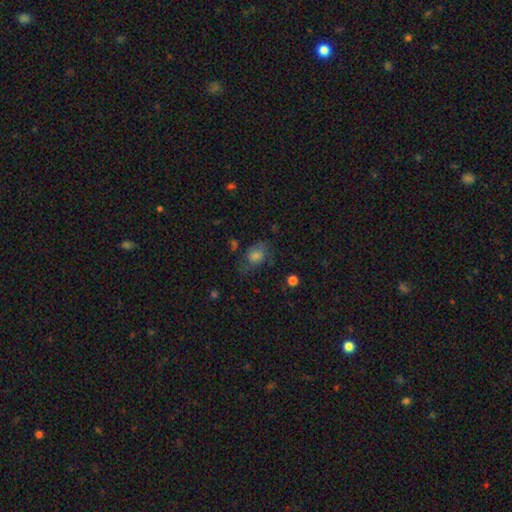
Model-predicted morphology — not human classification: smooth-or-featured: smooth: 68% | featured or disk: 17% | star or artifact: 16%
  how-rounded: in between: 66% | round: 32% | cigar-shaped: 2%
  merging: none: 56% | minor disturbance: 25% | major disturbance: 16% | merger: 3%